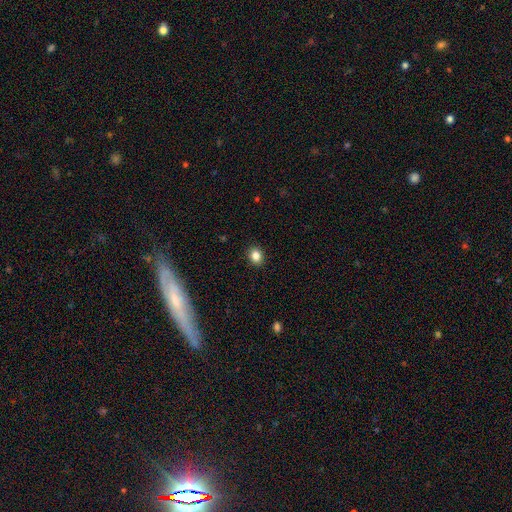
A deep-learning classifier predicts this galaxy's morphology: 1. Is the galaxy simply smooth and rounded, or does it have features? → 84% smooth, 11% star or artifact, 5% featured or disk.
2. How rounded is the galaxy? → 62% round, 37% in between, 1% cigar-shaped.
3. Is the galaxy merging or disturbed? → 91% none, 7% minor disturbance, 2% major disturbance, 1% merger.